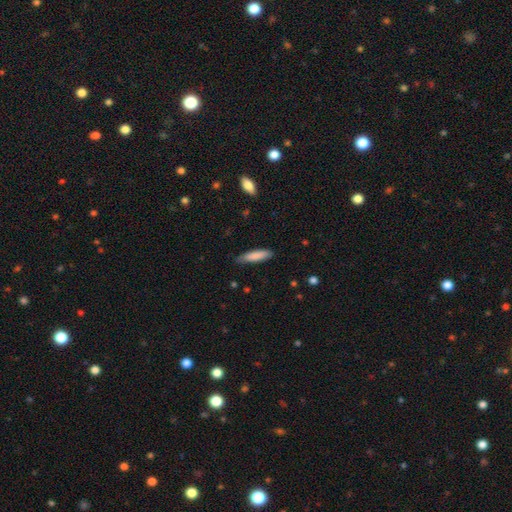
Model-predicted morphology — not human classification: A smooth galaxy with no disk features (84%) that is cigar-shaped (75%).

Vote fractions:
- Smooth or featured? smooth: 84% / featured or disk: 10% / star or artifact: 6%
- How rounded? cigar-shaped: 75% / in between: 24% / round: 1%
- Merging? none: 80% / minor disturbance: 16% / major disturbance: 2% / merger: 1%